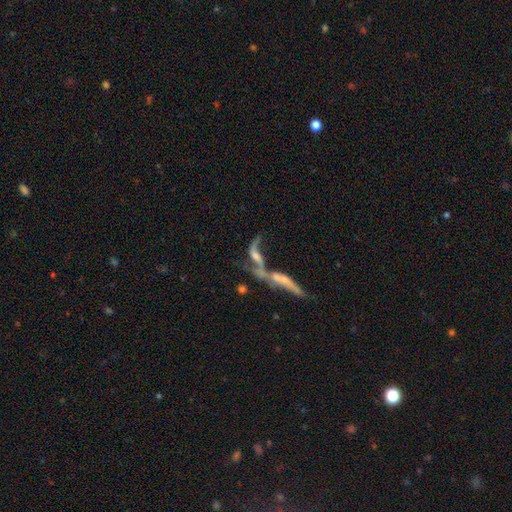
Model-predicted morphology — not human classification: smooth-or-featured: featured or disk: 70% | smooth: 20% | star or artifact: 10%
  disk-edge-on: no: 79% | yes: 21%
    bar: no: 60% | weak: 27% | strong: 13%
    has-spiral-arms: yes: 70% | no: 30%
    bulge-size: none: 39% | moderate: 26% | small: 25% | large: 8% | dominant: 2%
  merging: merger: 67% | none: 15% | major disturbance: 11% | minor disturbance: 7%